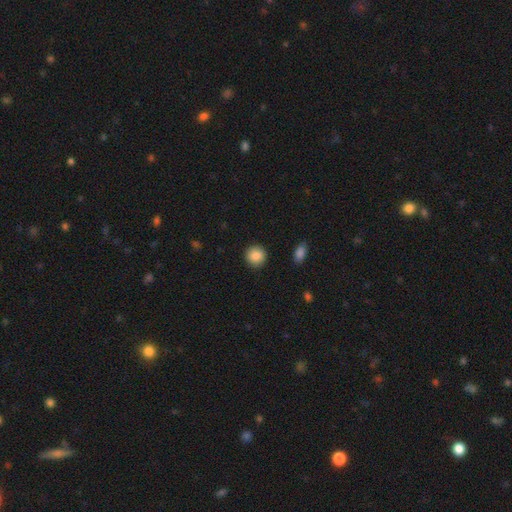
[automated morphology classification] Q: Smooth or featured?
A: smooth (88%); runner-up: star or artifact (8%)
Q: How rounded?
A: round (92%); runner-up: in between (7%)
Q: Merging?
A: none (91%); runner-up: minor disturbance (6%)